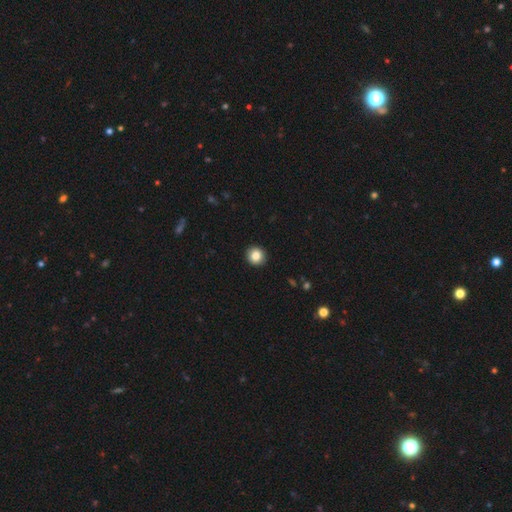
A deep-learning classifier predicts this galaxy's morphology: Q: Smooth or featured?
A: smooth (85%); runner-up: star or artifact (9%)
Q: How rounded?
A: round (93%); runner-up: in between (6%)
Q: Merging?
A: none (93%); runner-up: minor disturbance (4%)